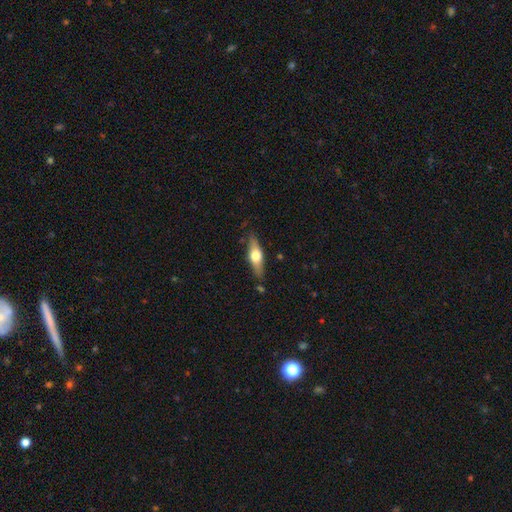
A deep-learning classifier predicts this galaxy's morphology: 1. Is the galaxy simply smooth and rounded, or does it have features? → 51% featured or disk, 43% smooth, 6% star or artifact.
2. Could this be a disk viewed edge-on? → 89% yes, 11% no.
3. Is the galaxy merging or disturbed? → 81% none, 13% minor disturbance, 3% major disturbance, 3% merger.